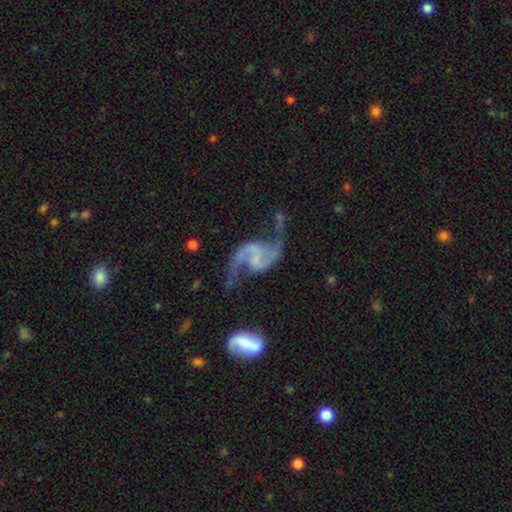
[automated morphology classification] smooth-or-featured: featured or disk: 91% | star or artifact: 5% | smooth: 4%
  disk-edge-on: no: 98% | yes: 2%
    bar: weak: 42% | no: 37% | strong: 21%
    has-spiral-arms: yes: 97% | no: 3%
      spiral-winding: loose: 74% | medium: 22% | tight: 4%
      spiral-arm-count: 2: 94% | 1: 2% | can't tell: 1% | 3: 1% | 4: 1% | more than 4: 1%
    bulge-size: none: 61% | small: 24% | moderate: 10% | large: 3% | dominant: 1%
  merging: none: 63% | minor disturbance: 17% | major disturbance: 13% | merger: 7%